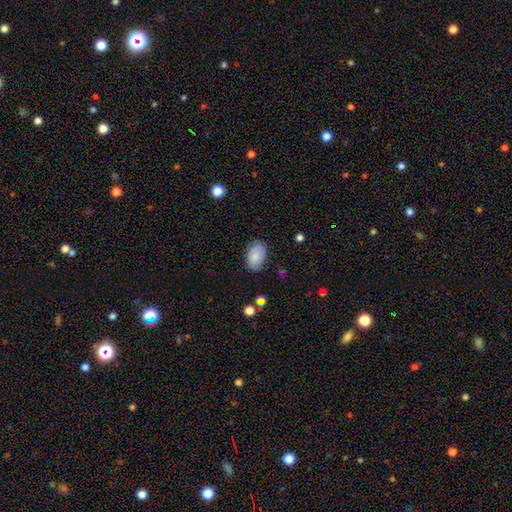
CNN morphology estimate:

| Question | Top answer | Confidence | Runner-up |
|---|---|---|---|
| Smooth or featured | smooth | 84% | featured or disk (9%) |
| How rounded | in between | 91% | round (8%) |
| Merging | none | 81% | minor disturbance (14%) |